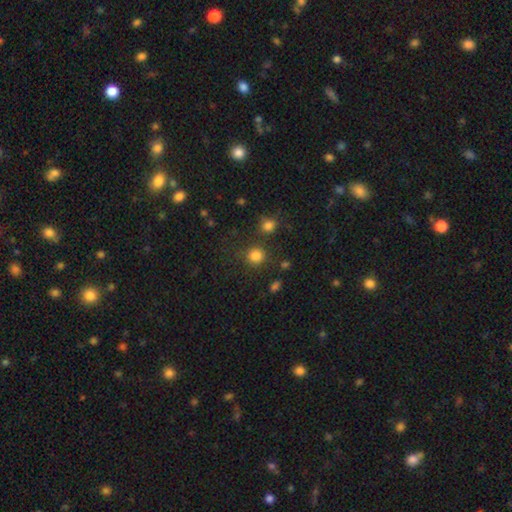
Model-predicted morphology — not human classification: Overall: smooth (81%). How rounded: round (90%). Merging: none (79%).